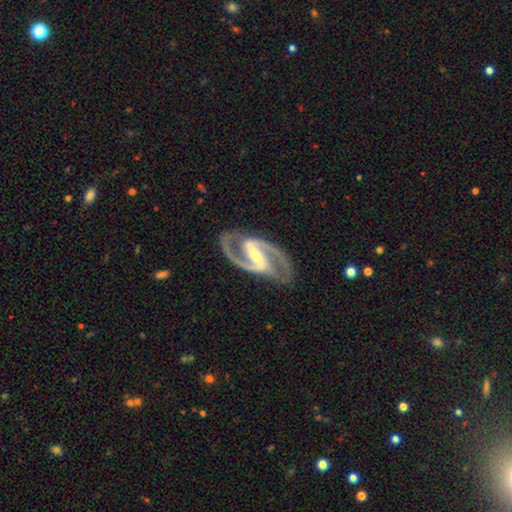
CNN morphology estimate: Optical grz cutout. It shows a featured or disk galaxy (94%) with a strong bar (72%), 2 (94%) medium (66%) spiral arms (99%) and a small central bulge (62%). Merging: none (84%).